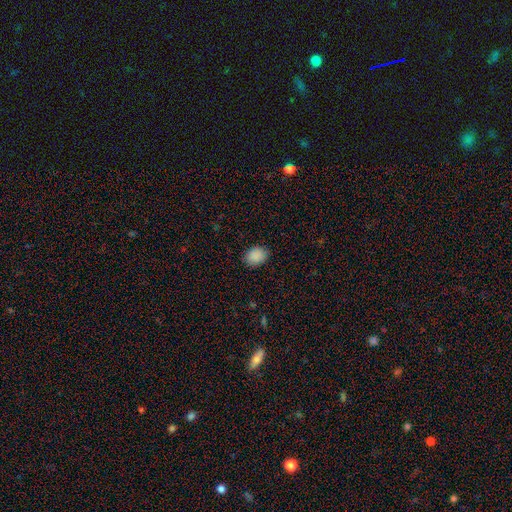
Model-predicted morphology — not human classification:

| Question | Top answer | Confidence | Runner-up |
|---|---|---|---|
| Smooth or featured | smooth | 89% | star or artifact (8%) |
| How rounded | in between | 65% | round (34%) |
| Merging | none | 85% | minor disturbance (11%) |